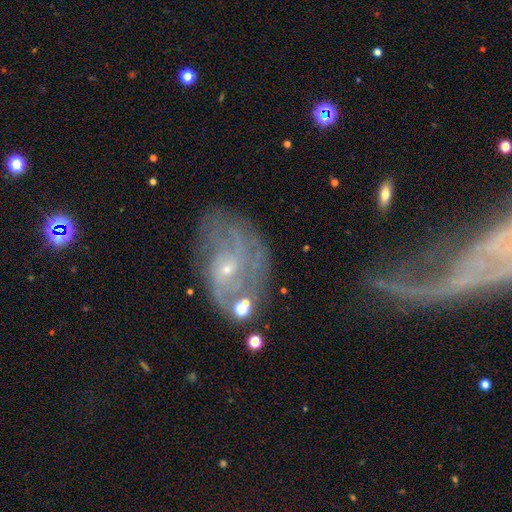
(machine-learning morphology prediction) The model was most divided on "spiral winding": tight: 47%, medium: 36%, loose: 17%. Remaining: edge-on disk — no (96%); spiral arms — yes (88%); bulge size — small (81%); smooth or featured — featured or disk (78%); bar — no (63%); merging — none (60%); spiral arm count — can't tell (40%).